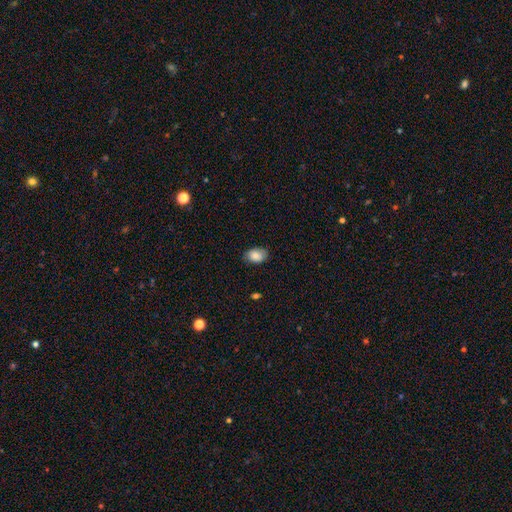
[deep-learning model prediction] Overall: smooth (83%). How rounded: in between (84%). Merging: none (79%).